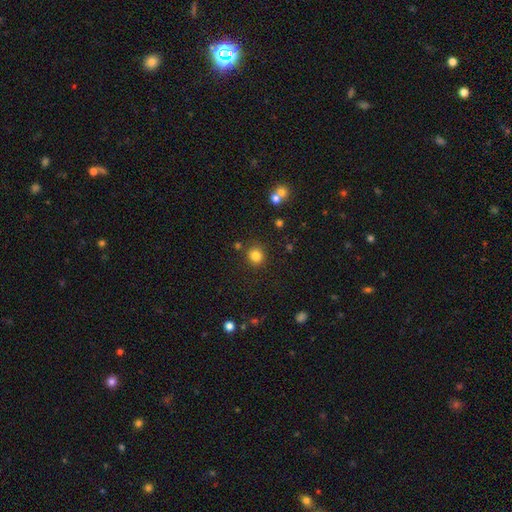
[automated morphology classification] The model was most divided on "smooth or featured": smooth: 82%, star or artifact: 13%, featured or disk: 5%. More confident: how rounded — round (85%); merging — none (82%).